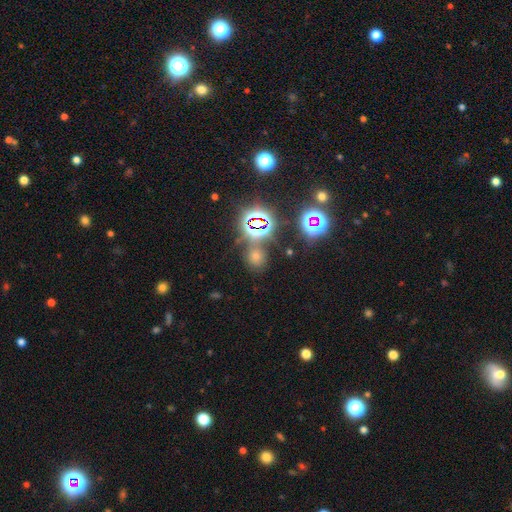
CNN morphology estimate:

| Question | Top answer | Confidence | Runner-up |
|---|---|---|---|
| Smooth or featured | star or artifact | 48% | smooth (44%) |